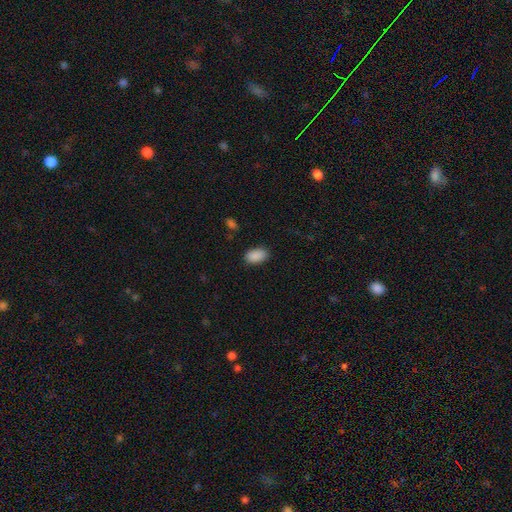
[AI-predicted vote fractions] Morphology: type=smooth (90%); roundness=in between (92%); merging=none (86%).